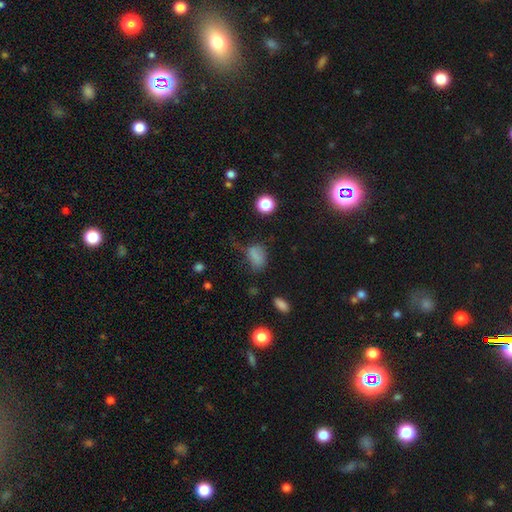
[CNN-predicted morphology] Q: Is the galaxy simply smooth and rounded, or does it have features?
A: smooth — 78%.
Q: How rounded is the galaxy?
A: in between — 81%.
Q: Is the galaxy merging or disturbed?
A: none — 44%.